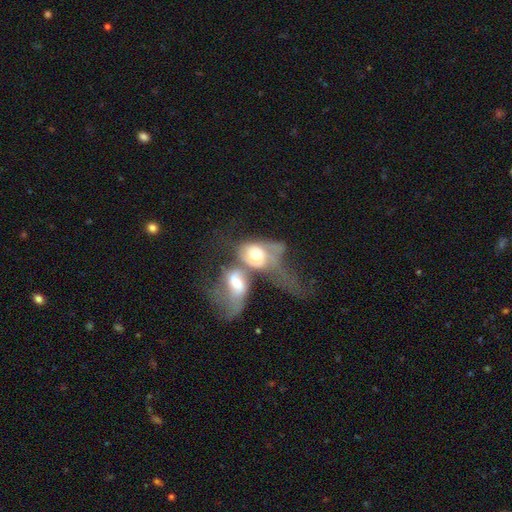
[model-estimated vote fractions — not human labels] The model was most divided on "spiral arms": yes: 56%, no: 44%. More confident: edge-on disk — no (93%); merging — merger (78%); bar — no (72%); bulge size — moderate (59%); smooth or featured — featured or disk (55%).